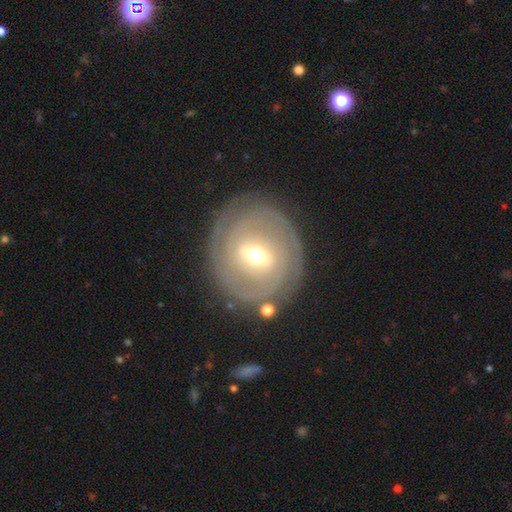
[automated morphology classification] This appears to be a featured or disk galaxy (81%) with a weak bar (51%), 2 (43%) tight (77%) spiral arms (86%) and a moderate central bulge (64%). Merging: none (82%).